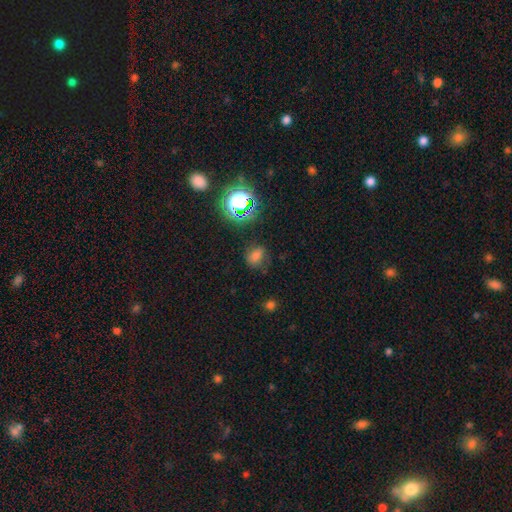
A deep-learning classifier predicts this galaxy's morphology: The model was most divided on "how rounded": in between: 56%, round: 43%, cigar-shaped: 2%. More confident: merging — none (68%); smooth or featured — smooth (65%).